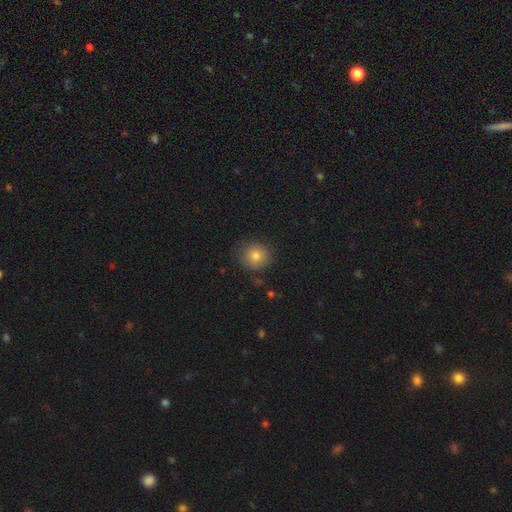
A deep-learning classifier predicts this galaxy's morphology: This appears to be a smooth galaxy with no disk features (79%) that is round (88%). Merging: none (85%).